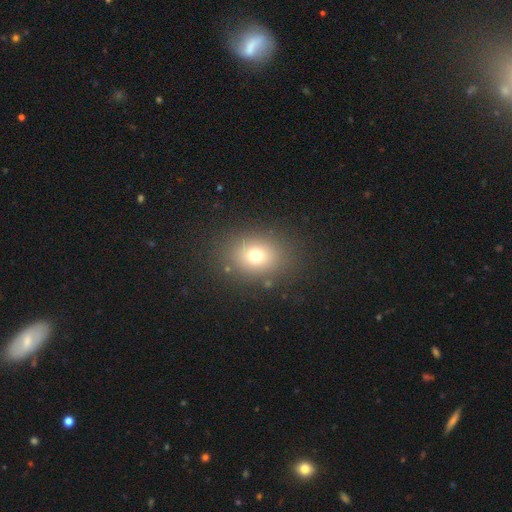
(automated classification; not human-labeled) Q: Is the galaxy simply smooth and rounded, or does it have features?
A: smooth — 72%.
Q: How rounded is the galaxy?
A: in between — 52%.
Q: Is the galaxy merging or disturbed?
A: none — 84%.